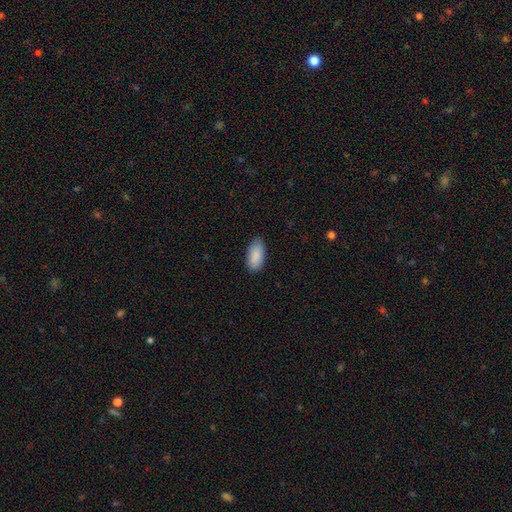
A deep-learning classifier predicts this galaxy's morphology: Smooth or featured?
  - smooth: 89% *
  - star or artifact: 6%
  - featured or disk: 5%
How rounded?
  - in between: 92% *
  - cigar-shaped: 6%
  - round: 2%
Merging?
  - none: 83% *
  - minor disturbance: 14%
  - major disturbance: 2%
  - merger: 1%